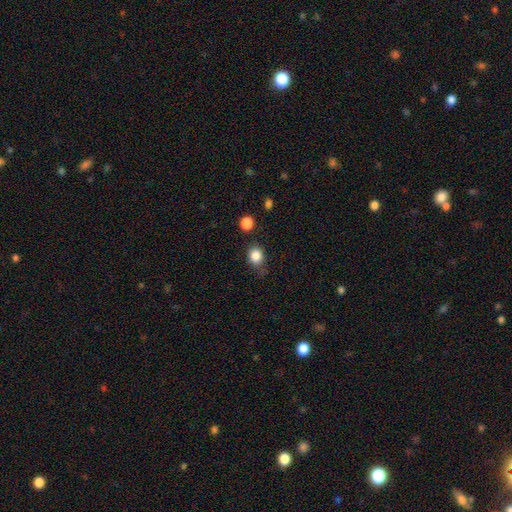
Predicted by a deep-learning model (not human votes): Smooth or featured: smooth — 85% (star or artifact — 10%)
How rounded: round — 64% (in between — 35%)
Merging: none — 63% (minor disturbance — 25%)